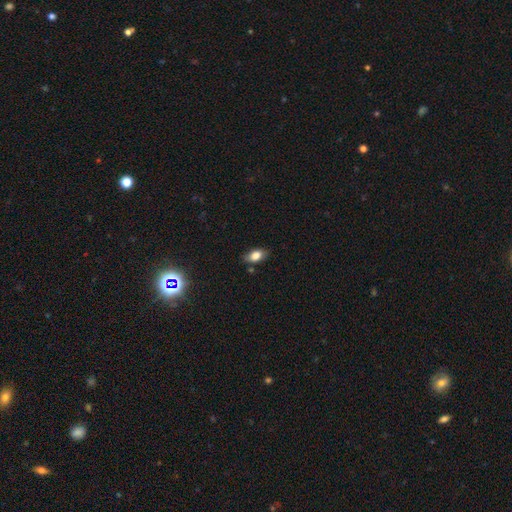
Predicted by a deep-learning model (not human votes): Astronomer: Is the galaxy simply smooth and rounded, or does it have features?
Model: smooth — 80%.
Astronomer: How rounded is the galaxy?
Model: in between — 89%.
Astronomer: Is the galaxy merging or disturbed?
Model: none — 76%.